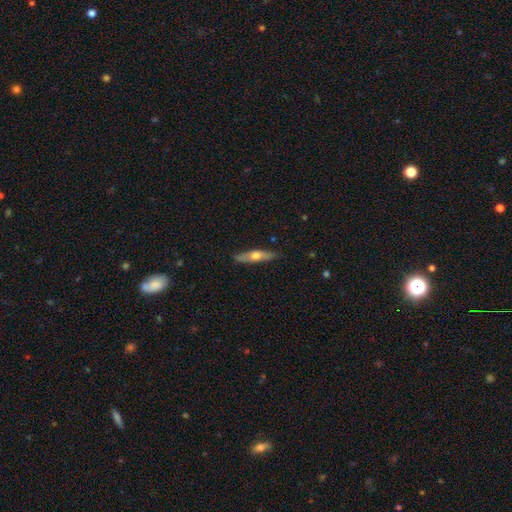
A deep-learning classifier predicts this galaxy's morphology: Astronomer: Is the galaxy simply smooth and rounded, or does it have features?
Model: featured or disk — 47%, tied with smooth at 47%.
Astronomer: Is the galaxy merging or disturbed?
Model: none — 84%.